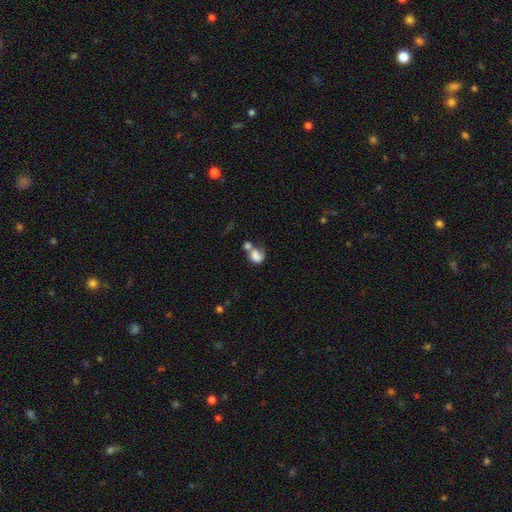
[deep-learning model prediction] The model was most divided on "how rounded": in between: 56%, round: 42%, cigar-shaped: 1%. More confident: smooth or featured — smooth (69%); merging — merger (52%).